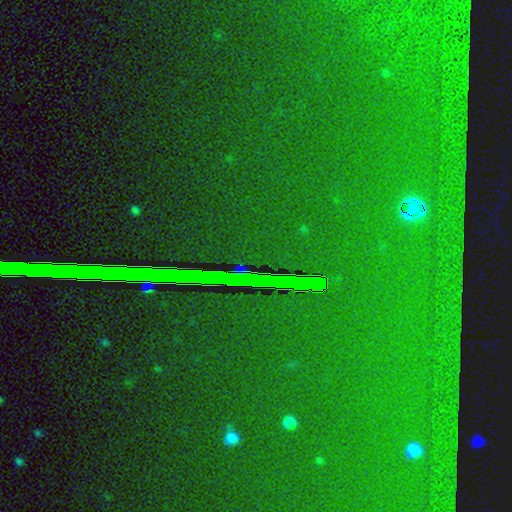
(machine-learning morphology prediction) A star or artifact, not a galaxy (85%).